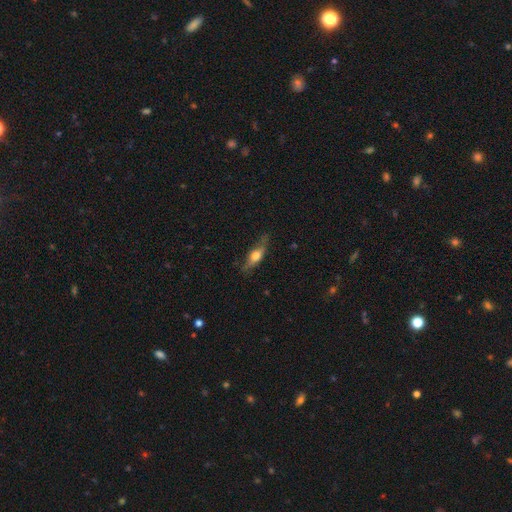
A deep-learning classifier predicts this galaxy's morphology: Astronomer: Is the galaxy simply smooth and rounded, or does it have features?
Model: featured or disk — 47% (runner-up: smooth, 46%).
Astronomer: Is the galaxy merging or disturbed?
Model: none — 73%.